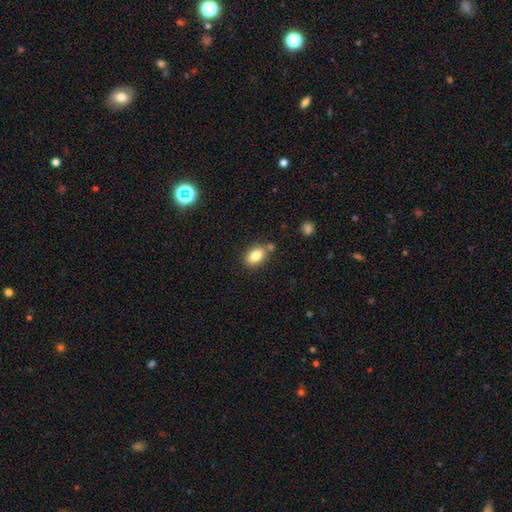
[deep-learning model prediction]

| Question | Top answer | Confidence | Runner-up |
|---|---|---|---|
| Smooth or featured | smooth | 82% | featured or disk (10%) |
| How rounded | in between | 84% | round (14%) |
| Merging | none | 70% | merger (14%) |